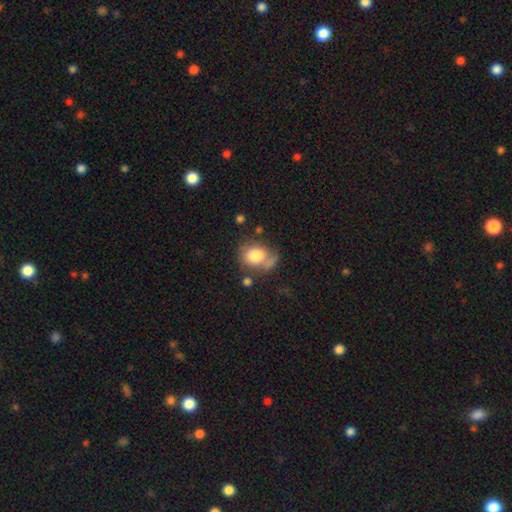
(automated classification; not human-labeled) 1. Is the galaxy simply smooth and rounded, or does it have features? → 76% smooth, 16% featured or disk, 9% star or artifact.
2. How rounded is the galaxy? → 51% round, 48% in between, 1% cigar-shaped.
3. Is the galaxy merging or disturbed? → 46% none, 24% minor disturbance, 15% merger, 15% major disturbance.